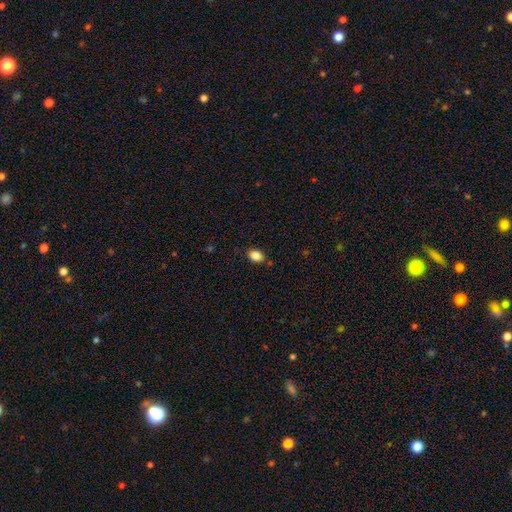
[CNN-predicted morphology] This appears to be a smooth galaxy with no disk features (86%) that is in between round and cigar-shaped (79%). Merging: none (83%).